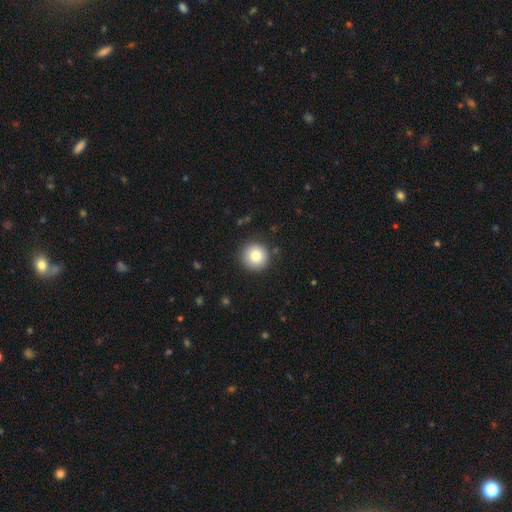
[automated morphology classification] smooth 83%, star or artifact 9%, featured or disk 7%. Down the decision tree: how rounded — round (95%); merging — none (89%).